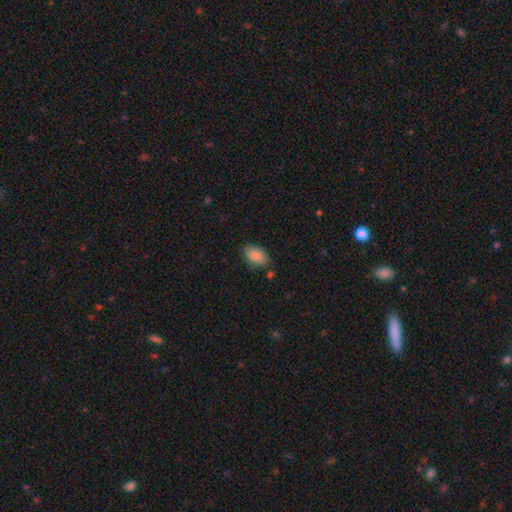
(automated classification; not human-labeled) The model was most divided on "merging": none: 77%, minor disturbance: 16%, major disturbance: 3%, merger: 3%. More confident: how rounded — in between (92%); smooth or featured — smooth (86%).